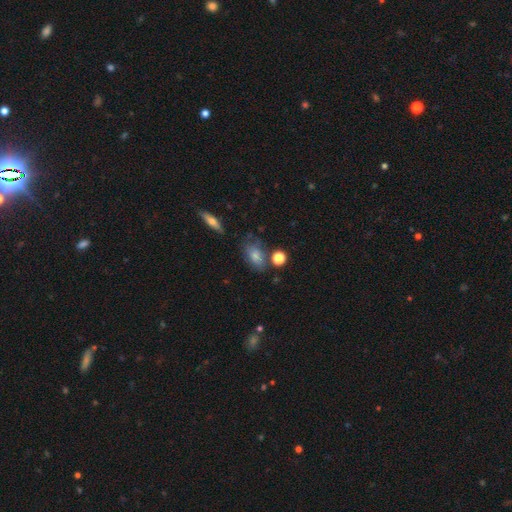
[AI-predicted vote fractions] Overall: smooth (73%). How rounded: in between (82%). Merging: none (57%; minor disturbance 24%).